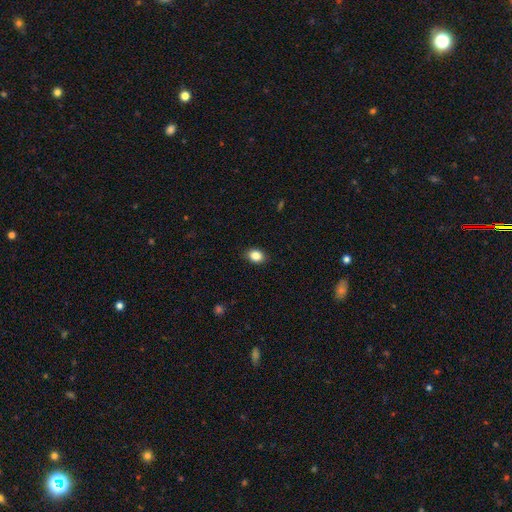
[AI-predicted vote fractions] A smooth galaxy with no disk features (86%) that is in between round and cigar-shaped (67%). Merging: none (88%).